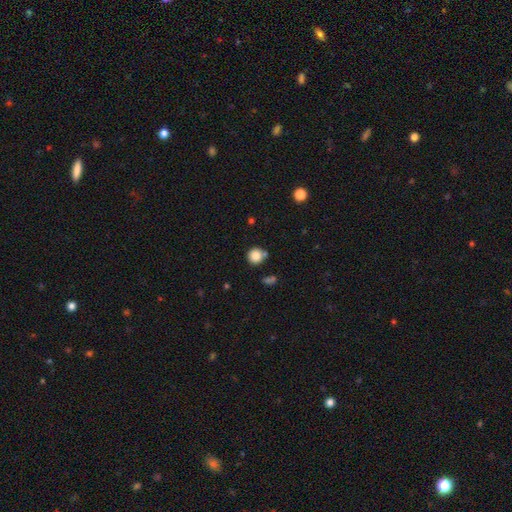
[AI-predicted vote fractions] Smooth or featured? Predicted: smooth (p=0.84). How rounded? Predicted: round (p=0.92). Merging? Predicted: none (p=0.73).